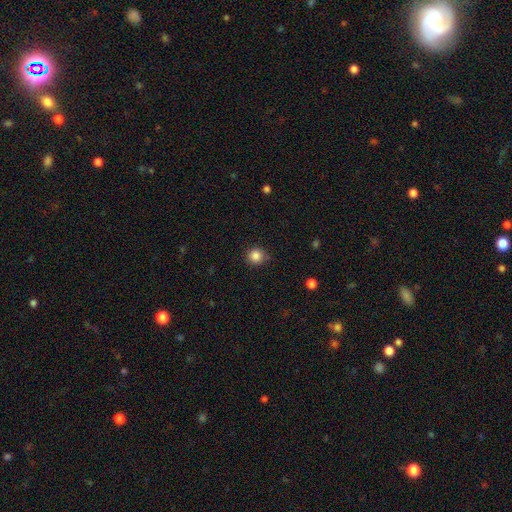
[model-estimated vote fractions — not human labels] Smooth or featured: smooth — 85% (star or artifact — 11%)
How rounded: round — 92% (in between — 8%)
Merging: none — 84% (minor disturbance — 12%)